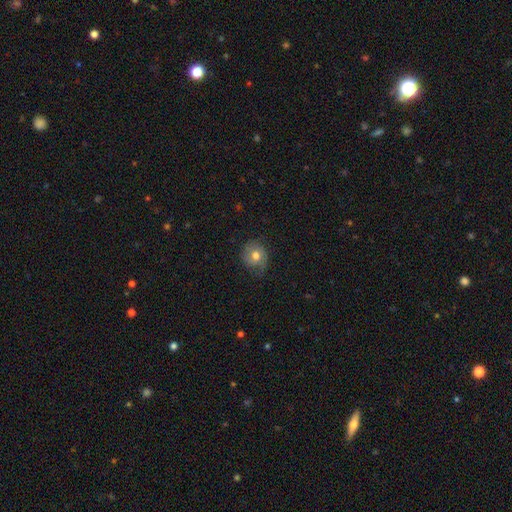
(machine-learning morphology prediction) smooth-or-featured: smooth: 64% | featured or disk: 27% | star or artifact: 8%
  how-rounded: round: 79% | in between: 20% | cigar-shaped: 1%
  merging: none: 64% | minor disturbance: 25% | major disturbance: 9% | merger: 1%